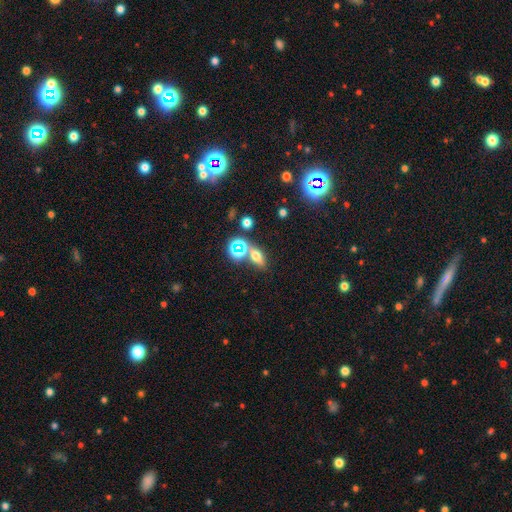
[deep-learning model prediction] The model was most divided on "smooth or featured": smooth: 55%, star or artifact: 27%, featured or disk: 18%. More confident: how rounded — in between (66%); merging — none (62%).